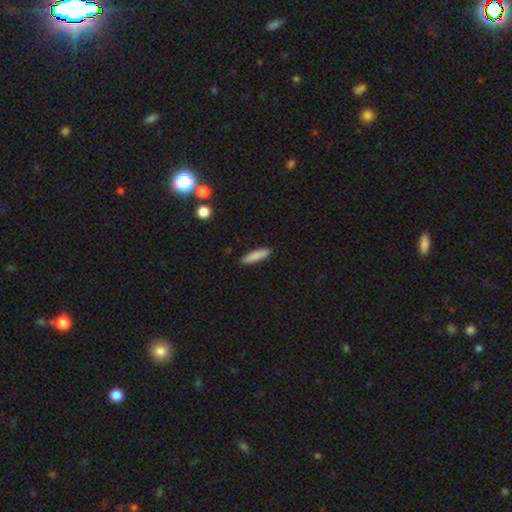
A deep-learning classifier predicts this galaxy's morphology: The model was most divided on "how rounded": cigar-shaped: 73%, in between: 25%, round: 2%. More confident: merging — none (90%); smooth or featured — smooth (85%).